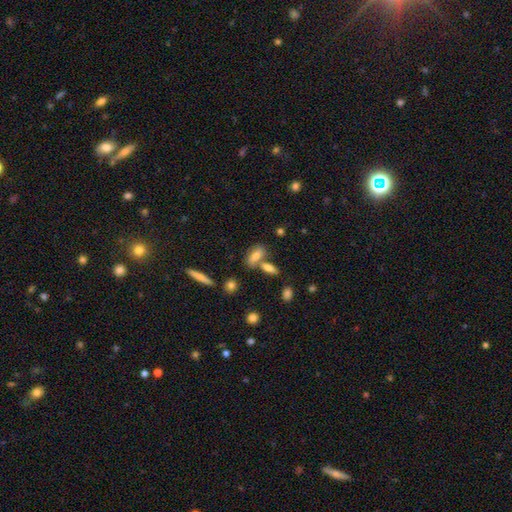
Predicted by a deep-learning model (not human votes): Smooth or featured?
  - smooth: 69% *
  - featured or disk: 21%
  - star or artifact: 10%
How rounded?
  - in between: 64% *
  - cigar-shaped: 32%
  - round: 4%
Merging?
  - none: 53% *
  - merger: 30%
  - minor disturbance: 13%
  - major disturbance: 5%